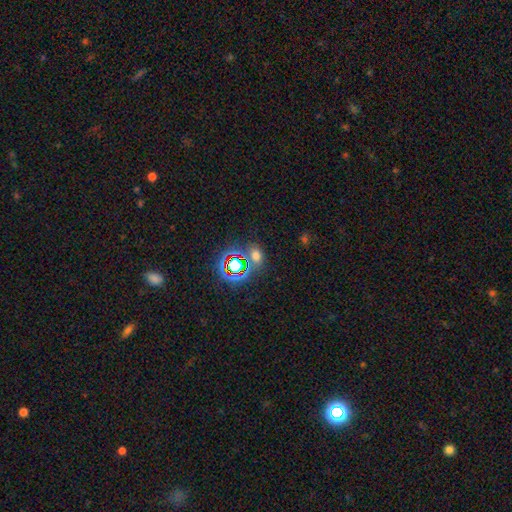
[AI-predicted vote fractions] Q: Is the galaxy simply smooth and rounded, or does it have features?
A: smooth — 54%.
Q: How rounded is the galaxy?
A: in between — 56%.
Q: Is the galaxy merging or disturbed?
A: none — 70%.